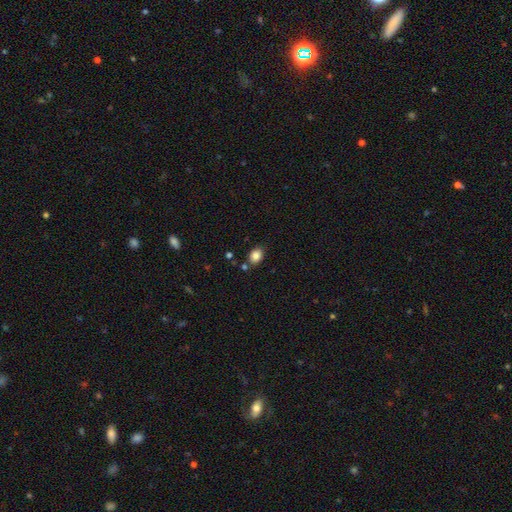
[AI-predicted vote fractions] smooth-or-featured: smooth: 85% | star or artifact: 9% | featured or disk: 6%
  how-rounded: in between: 67% | round: 32% | cigar-shaped: 1%
  merging: none: 79% | minor disturbance: 12% | merger: 6% | major disturbance: 3%